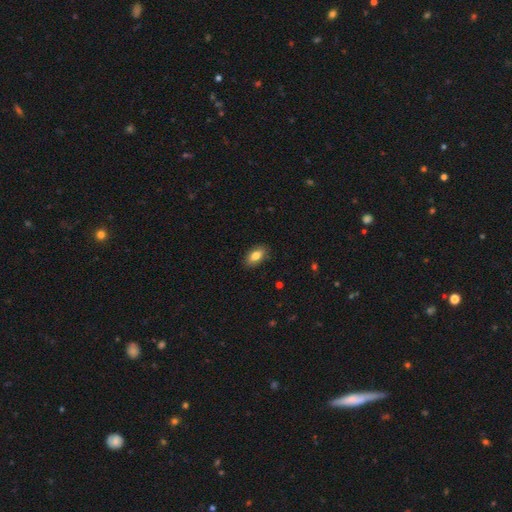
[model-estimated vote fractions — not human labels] smooth-or-featured: smooth: 81% | featured or disk: 12% | star or artifact: 7%
  how-rounded: in between: 90% | cigar-shaped: 5% | round: 5%
  merging: none: 88% | minor disturbance: 9% | major disturbance: 2% | merger: 1%